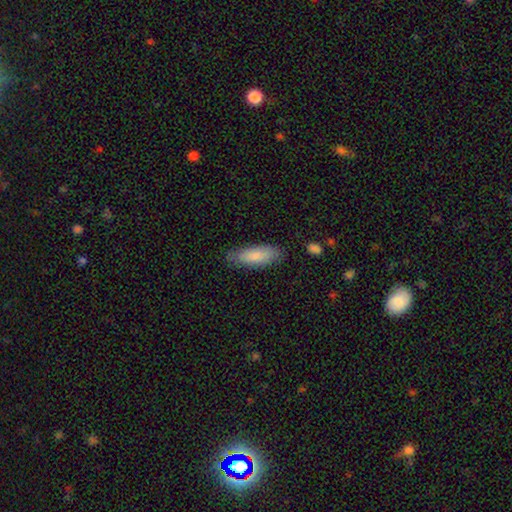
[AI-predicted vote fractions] The model was most divided on "how rounded": in between: 59%, cigar-shaped: 40%, round: 2%. More confident: smooth or featured — smooth (84%); merging — none (80%).